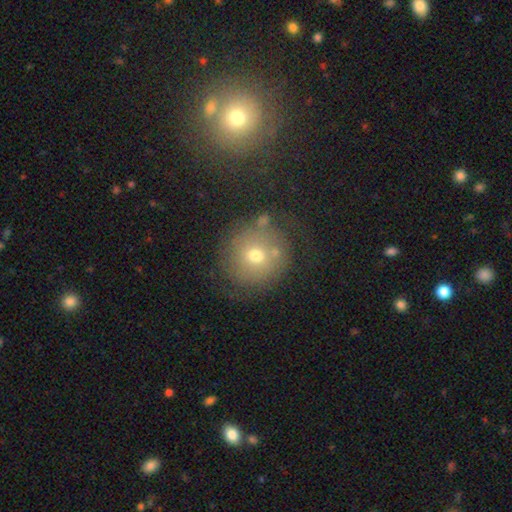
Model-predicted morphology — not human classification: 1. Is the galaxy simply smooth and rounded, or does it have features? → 60% smooth, 25% featured or disk, 15% star or artifact.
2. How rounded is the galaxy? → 93% round, 6% in between, 1% cigar-shaped.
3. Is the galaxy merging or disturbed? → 67% none, 16% minor disturbance, 12% major disturbance, 5% merger.